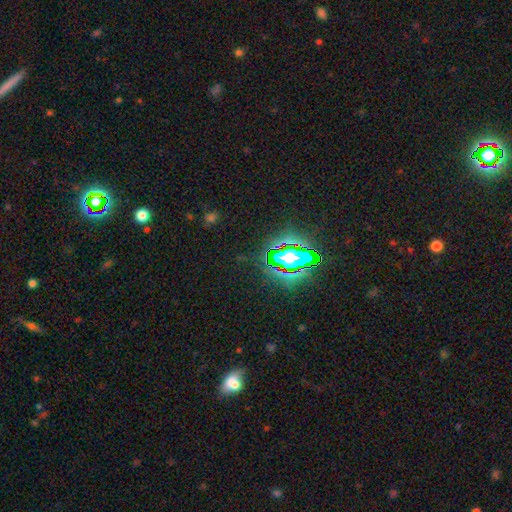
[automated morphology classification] smooth-or-featured: star or artifact: 80% | smooth: 13% | featured or disk: 8%